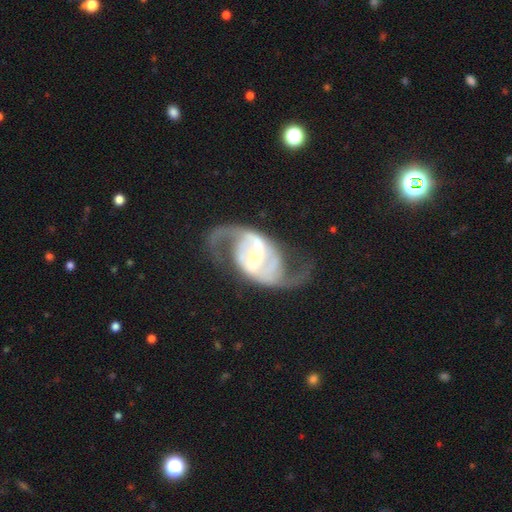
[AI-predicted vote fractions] A featured or disk galaxy (91%) with a strong bar (63%), 2 (92%) loose (46%) spiral arms (95%) and a small central bulge (50%). Merging: none (68%).